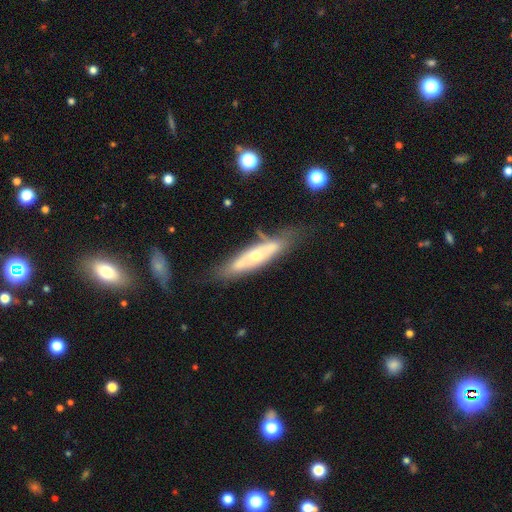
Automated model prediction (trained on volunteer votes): The model was most divided on "edge-on disk": no: 60%, yes: 40%. More confident: merging — none (64%); smooth or featured — featured or disk (62%).